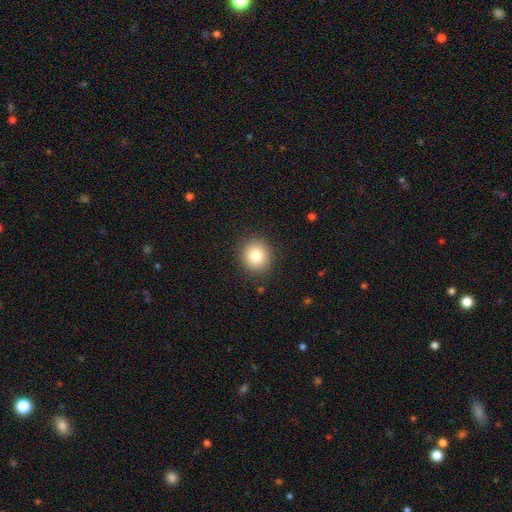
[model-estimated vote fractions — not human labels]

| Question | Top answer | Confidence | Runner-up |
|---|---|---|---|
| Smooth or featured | smooth | 83% | star or artifact (10%) |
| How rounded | round | 88% | in between (11%) |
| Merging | none | 90% | minor disturbance (7%) |